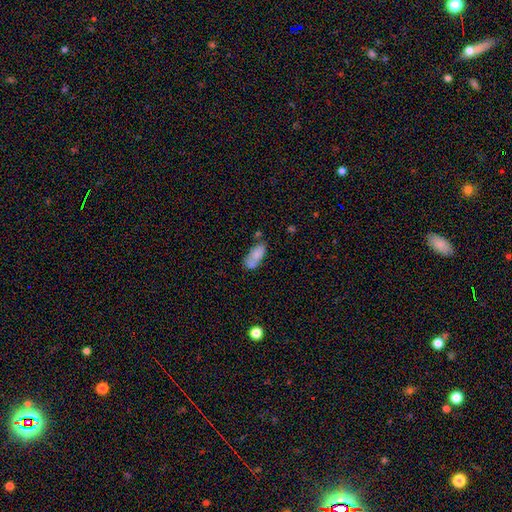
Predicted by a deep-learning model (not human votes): Morphology: type=smooth (75%); roundness=in between (86%); merging=none (43%).